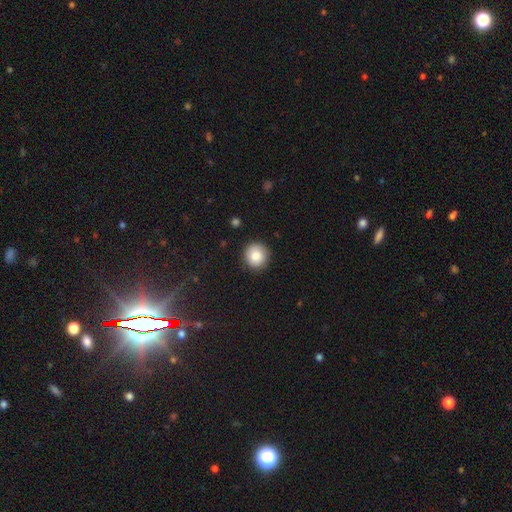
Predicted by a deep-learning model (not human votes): A smooth galaxy with no disk features (85%) that is round (93%). Merging: none (91%).